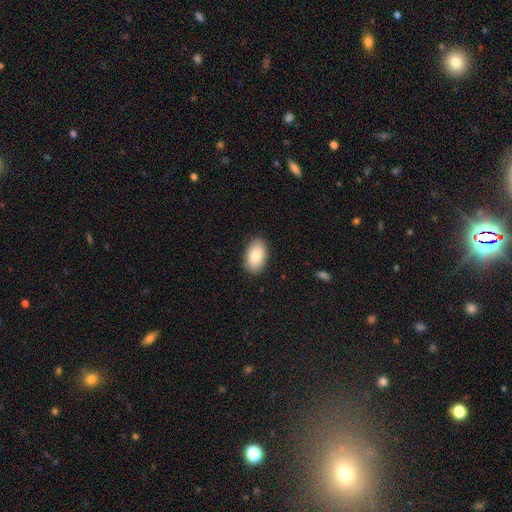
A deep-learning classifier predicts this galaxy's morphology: A smooth galaxy with no disk features (85%) that is in between round and cigar-shaped (93%).

Vote fractions:
- Smooth or featured? smooth: 85% / featured or disk: 9% / star or artifact: 6%
- How rounded? in between: 93% / round: 6% / cigar-shaped: 1%
- Merging? none: 88% / minor disturbance: 9% / major disturbance: 2% / merger: 1%